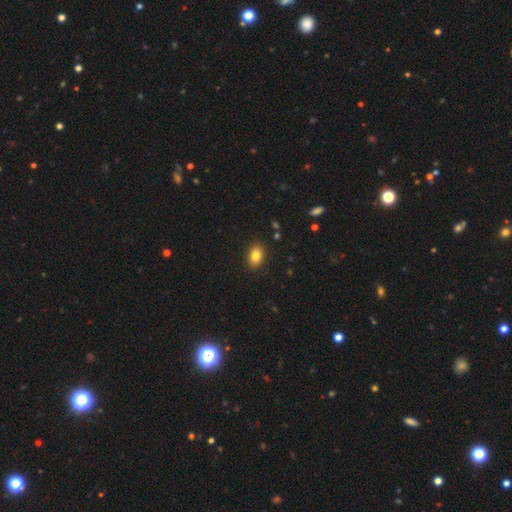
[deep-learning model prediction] A smooth galaxy with no disk features (83%) that is in between round and cigar-shaped (75%).

Vote fractions:
- Smooth or featured? smooth: 83% / star or artifact: 10% / featured or disk: 8%
- How rounded? in between: 75% / round: 23% / cigar-shaped: 1%
- Merging? none: 89% / minor disturbance: 8% / major disturbance: 2% / merger: 1%